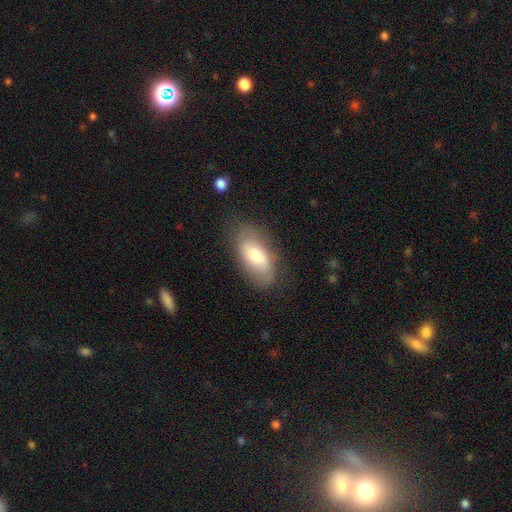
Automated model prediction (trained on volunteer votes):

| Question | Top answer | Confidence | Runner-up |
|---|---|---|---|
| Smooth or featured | smooth | 66% | featured or disk (28%) |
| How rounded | in between | 92% | cigar-shaped (5%) |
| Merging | none | 73% | minor disturbance (19%) |